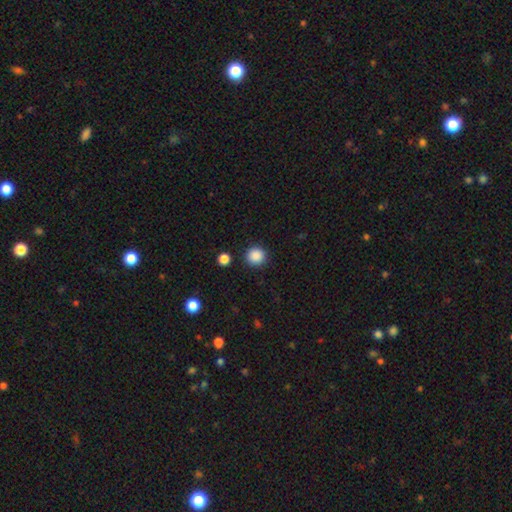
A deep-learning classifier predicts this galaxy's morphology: The model was most divided on "smooth or featured": smooth: 87%, star or artifact: 10%, featured or disk: 3%. More confident: how rounded — round (93%); merging — none (90%).